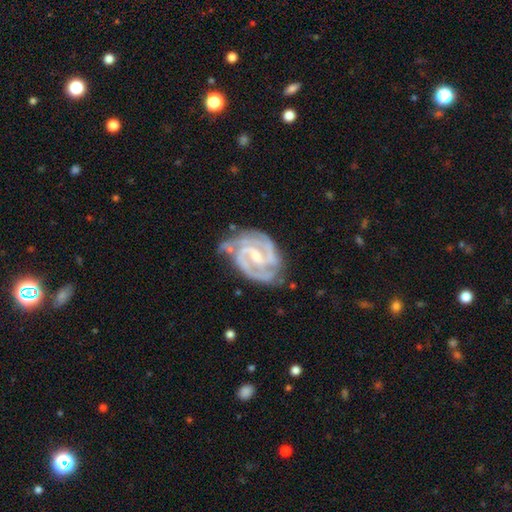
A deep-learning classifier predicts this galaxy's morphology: A featured or disk galaxy (93%) with a weak bar (50%), 2 (66%) tight (59%) spiral arms (99%) and a small central bulge (55%). Merging: none (66%).